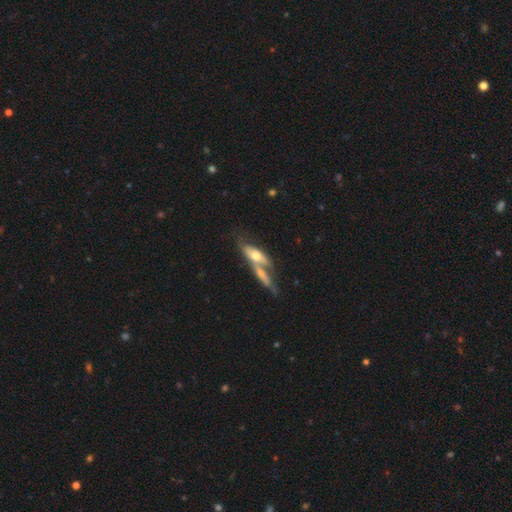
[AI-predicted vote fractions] A featured or disk galaxy (47%, tied with smooth).

Vote fractions:
- Smooth or featured? featured or disk: 47% (tied) / smooth: 47% (tied) / star or artifact: 6%
- Merging? merger: 57% / none: 26% / minor disturbance: 11% / major disturbance: 6%